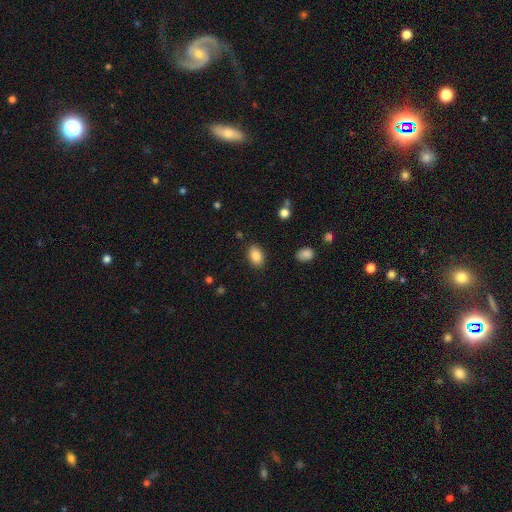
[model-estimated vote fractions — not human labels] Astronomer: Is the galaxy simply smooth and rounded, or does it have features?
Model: smooth — 87%.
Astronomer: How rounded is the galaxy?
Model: in between — 89%.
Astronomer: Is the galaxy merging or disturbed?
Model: none — 86%.